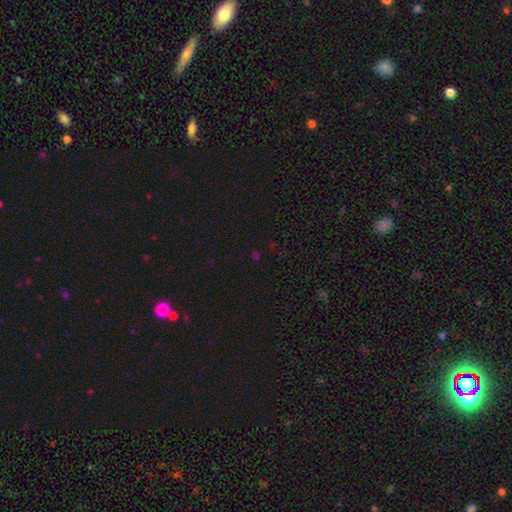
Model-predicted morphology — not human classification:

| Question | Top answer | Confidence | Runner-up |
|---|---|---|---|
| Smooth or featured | star or artifact | 61% | smooth (32%) |